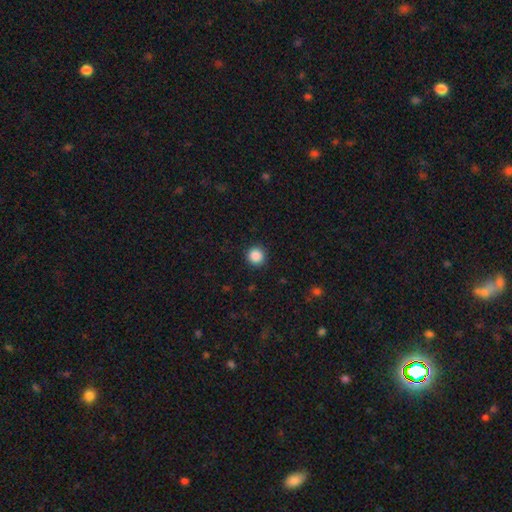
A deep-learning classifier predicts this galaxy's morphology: Smooth or featured: smooth — 88% (star or artifact — 10%)
How rounded: round — 94% (in between — 5%)
Merging: none — 92% (minor disturbance — 5%)